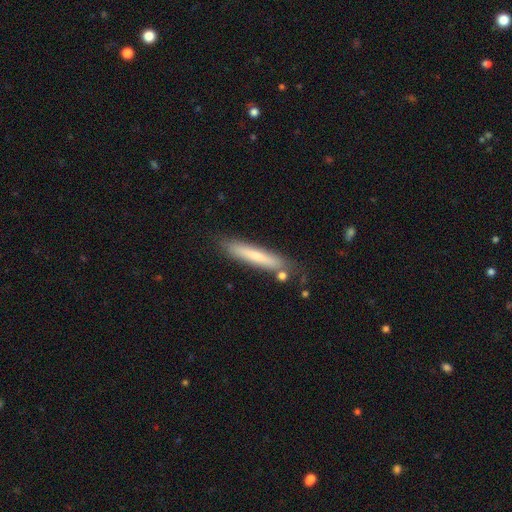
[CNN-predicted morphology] This is possibly a smooth galaxy (53%). How rounded: clearly cigar-shaped (91%). Merging: likely none (76%).